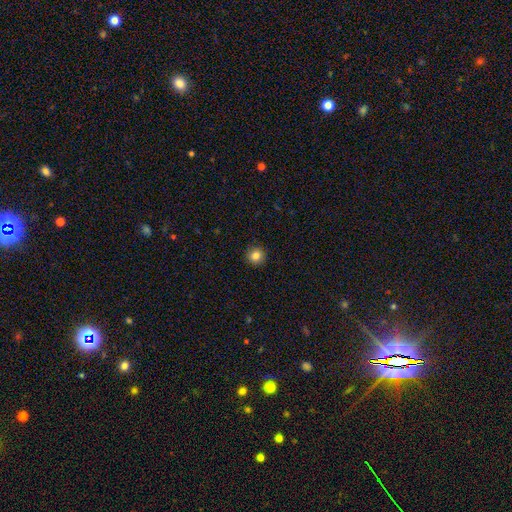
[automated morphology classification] This appears to be a smooth galaxy with no disk features (84%) that is round (94%). Merging: none (92%).